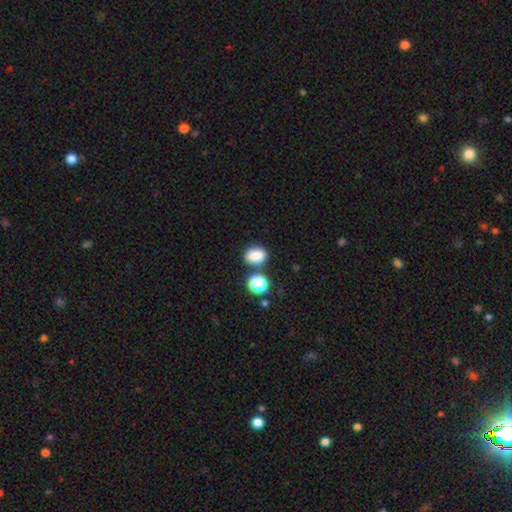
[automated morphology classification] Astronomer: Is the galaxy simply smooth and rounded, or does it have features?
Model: smooth — 82%.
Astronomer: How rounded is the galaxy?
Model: in between — 63%.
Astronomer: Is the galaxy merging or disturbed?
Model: none — 69%.